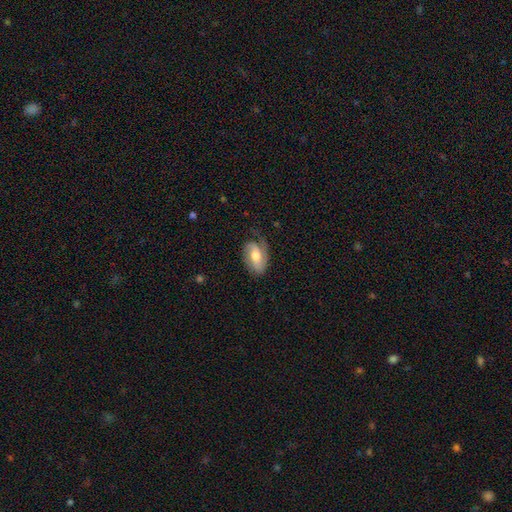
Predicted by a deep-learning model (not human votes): smooth-or-featured: featured or disk: 60% | smooth: 34% | star or artifact: 6%
  disk-edge-on: no: 94% | yes: 6%
    bar: no: 42% | weak: 37% | strong: 21%
    has-spiral-arms: yes: 86% | no: 14%
    bulge-size: moderate: 67% | small: 19% | large: 11% | none: 2% | dominant: 1%
  merging: none: 58% | minor disturbance: 26% | major disturbance: 15% | merger: 2%